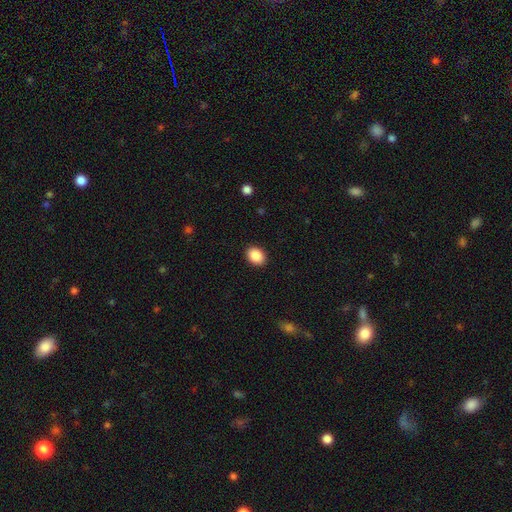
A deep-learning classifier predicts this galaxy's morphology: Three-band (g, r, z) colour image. It shows a smooth galaxy with no disk features (89%) that is in between round and cigar-shaped (60%). Merging: none (91%).